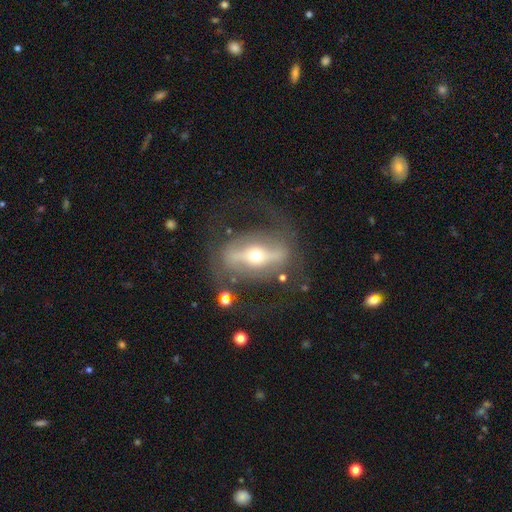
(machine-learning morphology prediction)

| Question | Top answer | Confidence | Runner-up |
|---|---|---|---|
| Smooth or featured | featured or disk | 81% | smooth (12%) |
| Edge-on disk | no | 74% | yes (26%) |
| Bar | strong | 76% | weak (14%) |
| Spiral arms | yes | 51% | no (49%) |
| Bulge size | moderate | 54% | small (40%) |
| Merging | none | 67% | major disturbance (16%) |